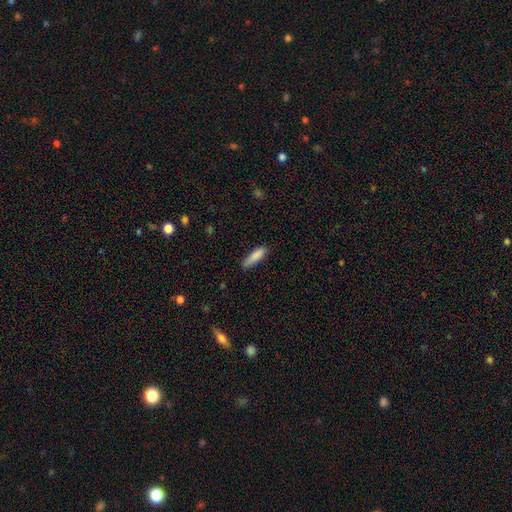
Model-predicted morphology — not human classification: Smooth or featured?
  - smooth: 86% *
  - featured or disk: 8%
  - star or artifact: 7%
How rounded?
  - cigar-shaped: 65% *
  - in between: 34%
  - round: 2%
Merging?
  - none: 73% *
  - minor disturbance: 21%
  - major disturbance: 4%
  - merger: 2%